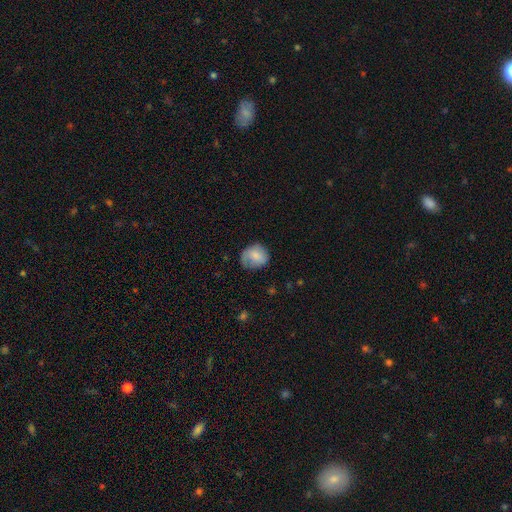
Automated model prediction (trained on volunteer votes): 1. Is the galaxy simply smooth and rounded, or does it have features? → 76% smooth, 17% featured or disk, 8% star or artifact.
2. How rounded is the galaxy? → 68% round, 31% in between, 1% cigar-shaped.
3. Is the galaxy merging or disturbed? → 61% none, 28% minor disturbance, 10% major disturbance, 1% merger.